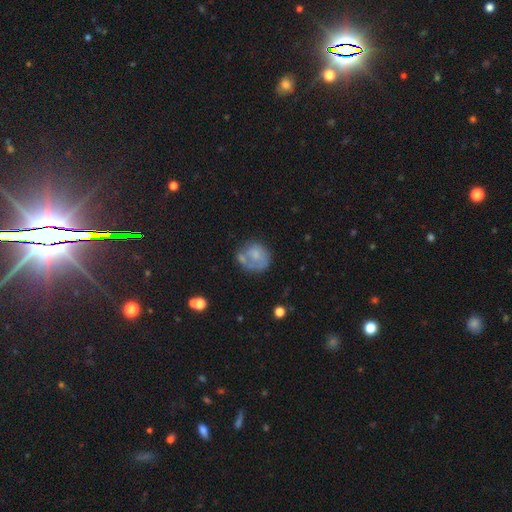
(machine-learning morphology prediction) This is possibly a smooth galaxy (51%). How rounded: likely round (75%). Merging: possibly none (46%).